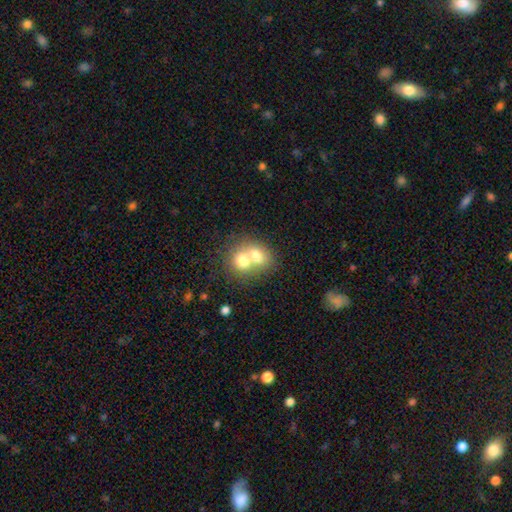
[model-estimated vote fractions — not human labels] Q: Smooth or featured?
A: smooth (68%); runner-up: featured or disk (23%)
Q: How rounded?
A: round (60%); runner-up: in between (39%)
Q: Merging?
A: merger (72%); runner-up: none (20%)